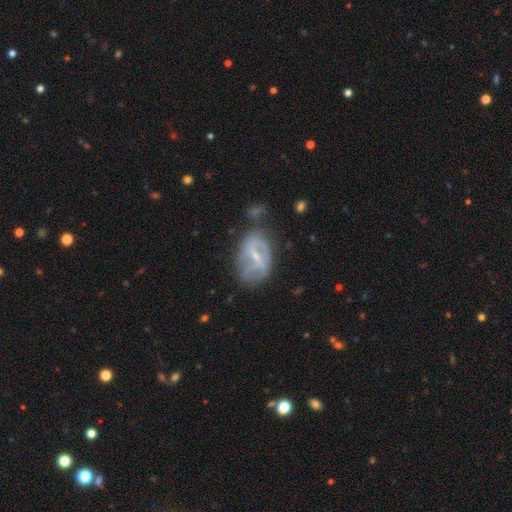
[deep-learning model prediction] A featured or disk galaxy (76%) with a strong bar (48%), spiral arms (67%) and a small central bulge (63%).

Vote fractions:
- Smooth or featured? featured or disk: 76% / smooth: 17% / star or artifact: 7%
- Edge-on disk? no: 94% / yes: 6%
- Bar? strong: 48% / weak: 38% / no: 14%
- Spiral arms? yes: 67% / no: 33%
- Bulge size? small: 63% / moderate: 30% / none: 5% / large: 1% / dominant: 1%
- Merging? none: 54% / minor disturbance: 27% / major disturbance: 14% / merger: 6%